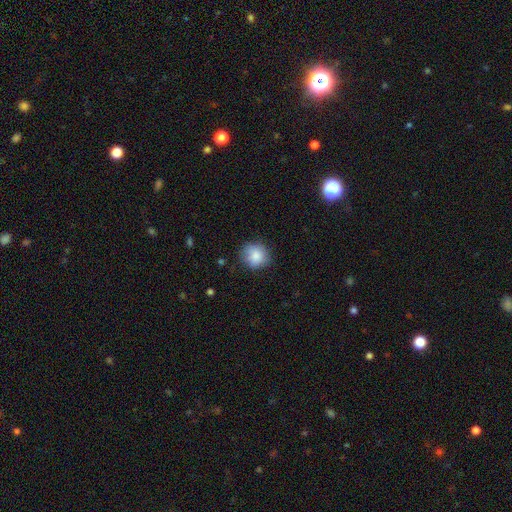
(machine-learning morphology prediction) Smooth or featured? Predicted: smooth (p=0.85). How rounded? Predicted: round (p=0.85). Merging? Predicted: none (p=0.77).